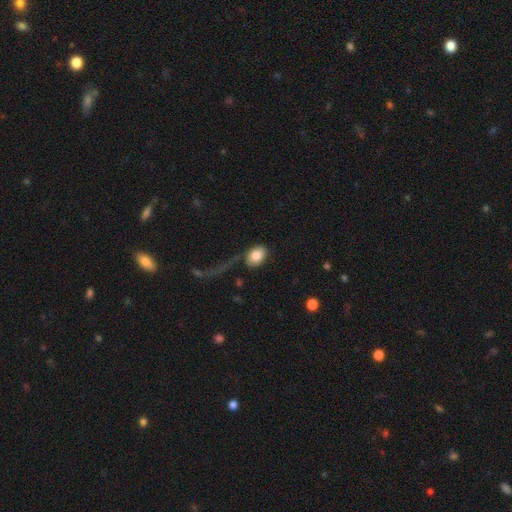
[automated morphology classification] smooth 80%, featured or disk 13%, star or artifact 7%. Down the decision tree: how rounded — in between (78%); merging — none (51%).